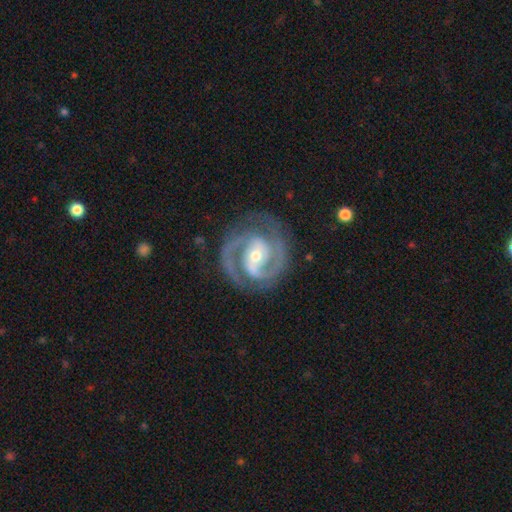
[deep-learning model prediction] The model was most divided on "bar": weak: 36%, strong: 34%, no: 30%. More confident: spiral arms — yes (98%); edge-on disk — no (98%); smooth or featured — featured or disk (93%); spiral arm count — 2 (91%); merging — none (82%); bulge size — moderate (56%); spiral winding — tight (53%).